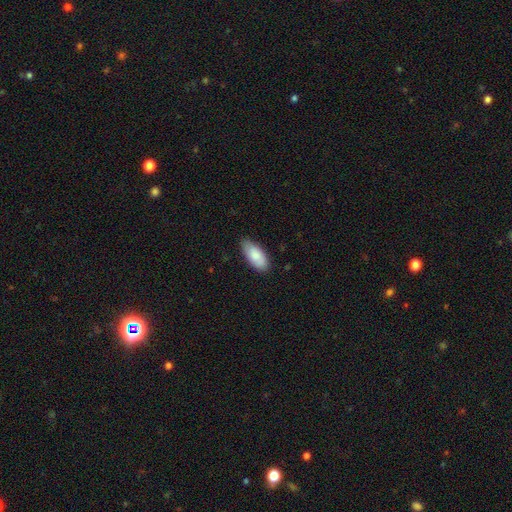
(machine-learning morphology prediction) Smooth or featured?
  - smooth: 84% *
  - featured or disk: 10%
  - star or artifact: 6%
How rounded?
  - in between: 90% *
  - cigar-shaped: 8%
  - round: 2%
Merging?
  - none: 80% *
  - minor disturbance: 16%
  - major disturbance: 2%
  - merger: 1%